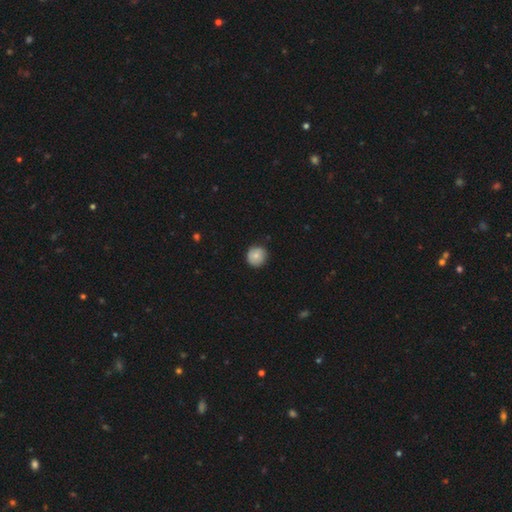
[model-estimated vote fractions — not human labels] Q: Smooth or featured?
A: smooth (76%); runner-up: featured or disk (17%)
Q: How rounded?
A: round (92%); runner-up: in between (7%)
Q: Merging?
A: none (83%); runner-up: minor disturbance (13%)